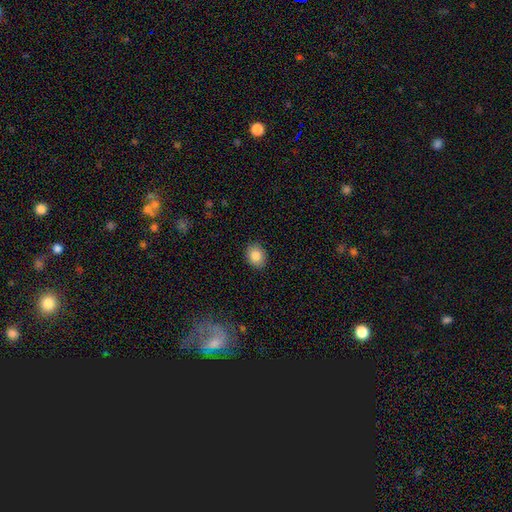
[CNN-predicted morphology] smooth_or_featured: smooth (p=0.84) [alt: star or artifact p=0.09]
how_rounded: round (p=0.59) [alt: in between p=0.41]
merging: none (p=0.89) [alt: minor disturbance p=0.08]